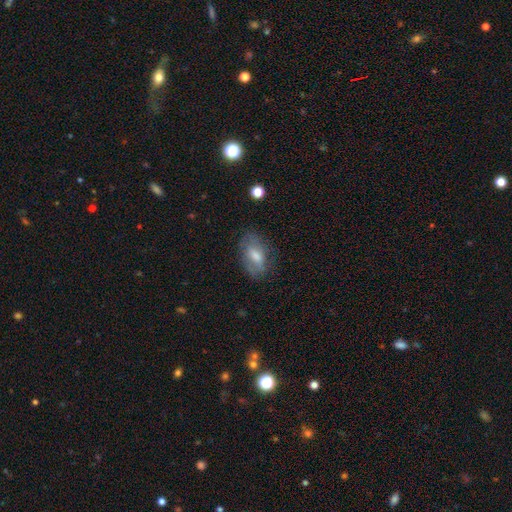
Smooth or featured: smooth — 60% (featured or disk — 38%)
How rounded: in between — 92% (round — 4%)
Merging: none — 49% (minor disturbance — 31%)